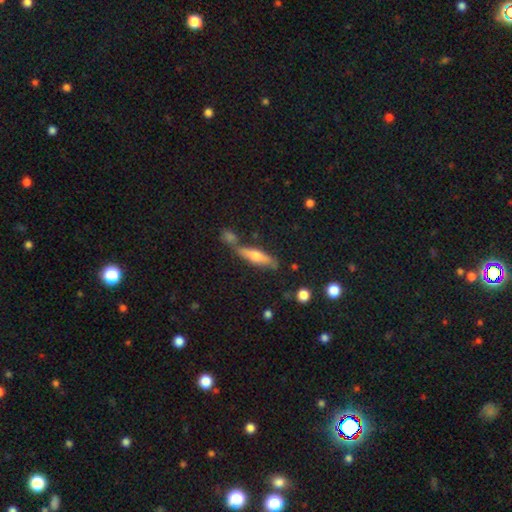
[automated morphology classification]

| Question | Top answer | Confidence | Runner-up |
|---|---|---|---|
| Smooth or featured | featured or disk | 46% | tied: smooth (46%) |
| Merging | none | 61% | merger (20%) |